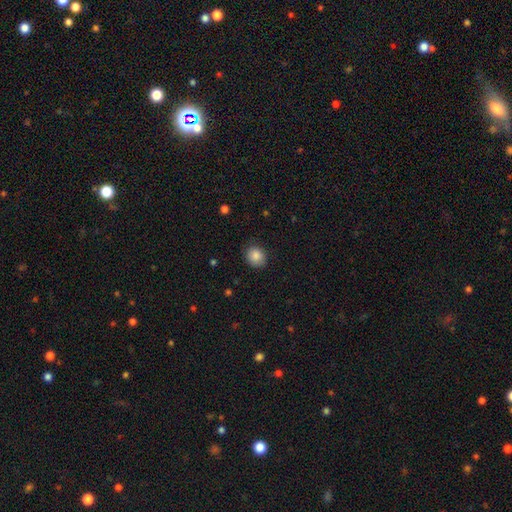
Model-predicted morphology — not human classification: This appears to be a smooth galaxy with no disk features (87%) that is round (67%). Merging: none (84%).